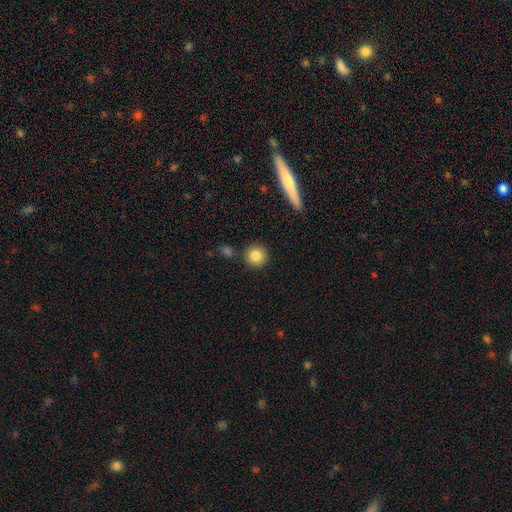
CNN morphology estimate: This is clearly a smooth galaxy (84%). How rounded: clearly round (94%). Merging: clearly none (87%).